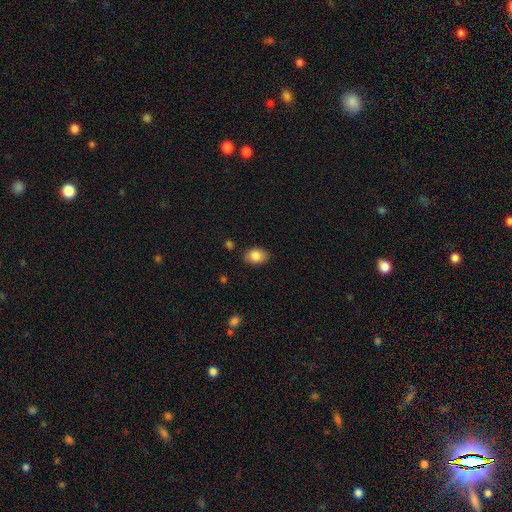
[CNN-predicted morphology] The model was most divided on "how rounded": in between: 79%, round: 20%, cigar-shaped: 1%. More confident: smooth or featured — smooth (85%); merging — none (85%).